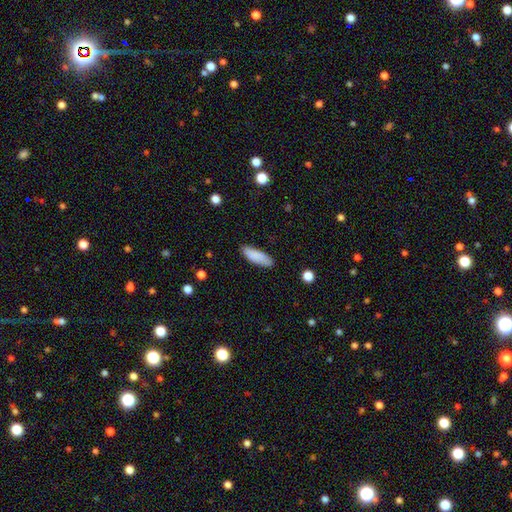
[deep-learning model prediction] Smooth or featured?
  - smooth: 86% *
  - featured or disk: 8%
  - star or artifact: 6%
How rounded?
  - in between: 60% *
  - cigar-shaped: 39%
  - round: 2%
Merging?
  - none: 83% *
  - minor disturbance: 13%
  - major disturbance: 2%
  - merger: 1%